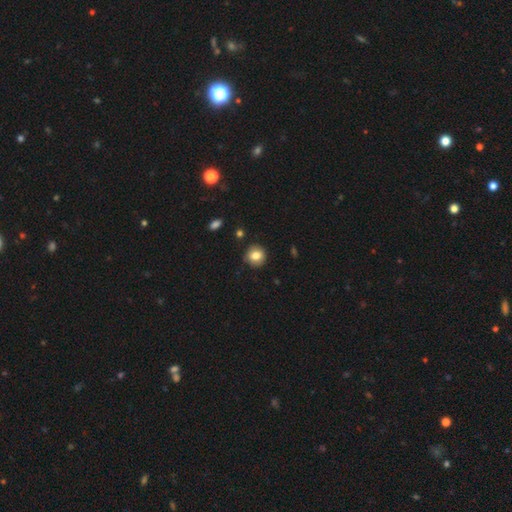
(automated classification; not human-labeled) Q: Smooth or featured?
A: smooth (81%); runner-up: star or artifact (9%)
Q: How rounded?
A: round (90%); runner-up: in between (9%)
Q: Merging?
A: none (87%); runner-up: minor disturbance (9%)